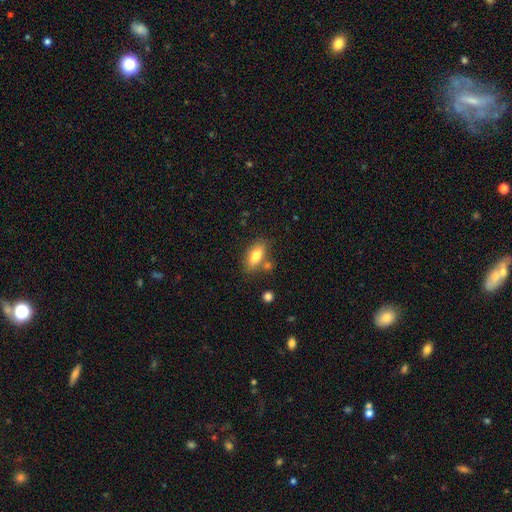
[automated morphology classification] smooth-or-featured: smooth: 78% | featured or disk: 14% | star or artifact: 7%
  how-rounded: in between: 88% | cigar-shaped: 7% | round: 6%
  merging: none: 70% | minor disturbance: 15% | merger: 11% | major disturbance: 4%